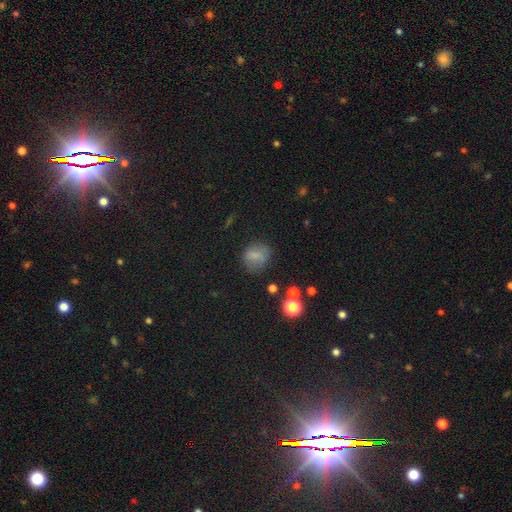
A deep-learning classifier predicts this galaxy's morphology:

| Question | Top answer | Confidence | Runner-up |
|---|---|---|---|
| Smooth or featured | smooth | 74% | featured or disk (14%) |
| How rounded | round | 55% | in between (44%) |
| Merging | none | 71% | minor disturbance (19%) |